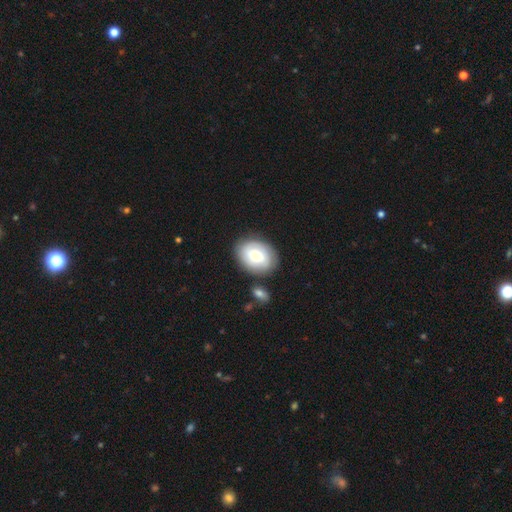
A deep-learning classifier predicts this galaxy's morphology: A smooth galaxy with no disk features (65%) that is in between round and cigar-shaped (75%).

Vote fractions:
- Smooth or featured? smooth: 65% / featured or disk: 29% / star or artifact: 7%
- How rounded? in between: 75% / round: 23% / cigar-shaped: 1%
- Merging? none: 78% / minor disturbance: 13% / merger: 6% / major disturbance: 4%